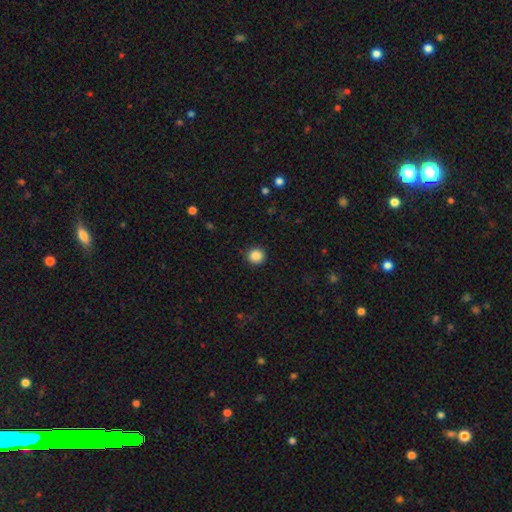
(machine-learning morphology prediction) smooth-or-featured: smooth: 87% | star or artifact: 10% | featured or disk: 3%
  how-rounded: round: 93% | in between: 6% | cigar-shaped: 1%
  merging: none: 90% | minor disturbance: 7% | major disturbance: 2% | merger: 1%